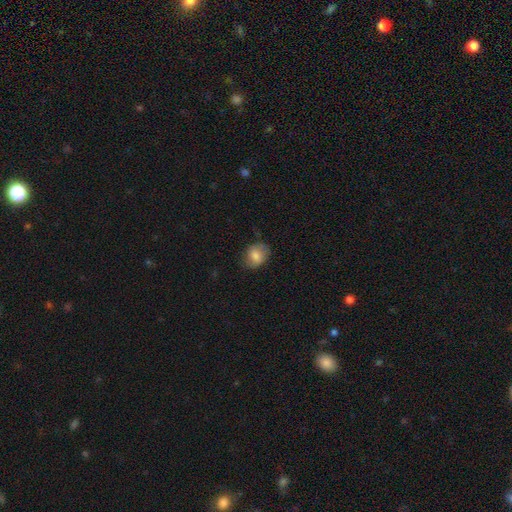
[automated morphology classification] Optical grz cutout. It shows a smooth galaxy with no disk features (73%) that is in between round and cigar-shaped (55%). Merging: none (71%).